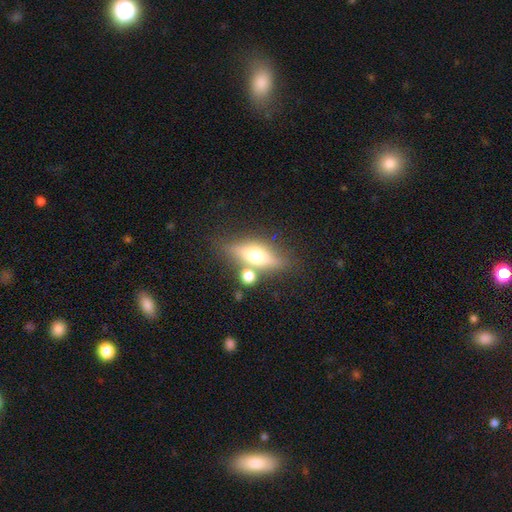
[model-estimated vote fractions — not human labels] Q: Smooth or featured?
A: smooth (45%); tied with: featured or disk (45%)
Q: Merging?
A: none (66%); runner-up: merger (15%)